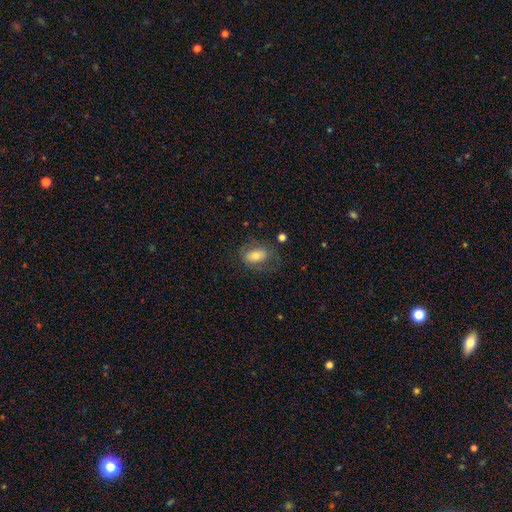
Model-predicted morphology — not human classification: A smooth galaxy with no disk features (62%) that is in between round and cigar-shaped (84%). Merging: none (60%).